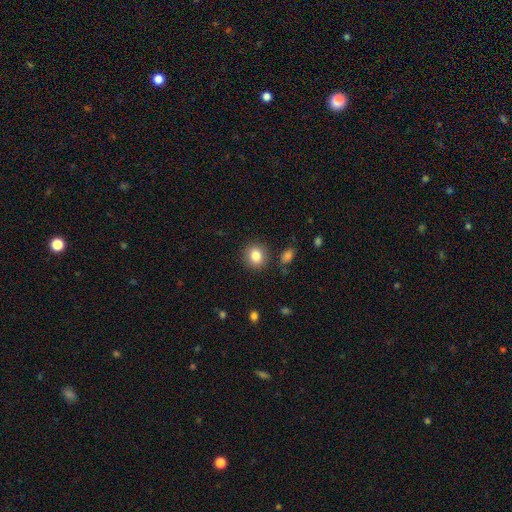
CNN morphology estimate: A smooth galaxy with no disk features (84%) that is round (79%). Merging: none (87%).